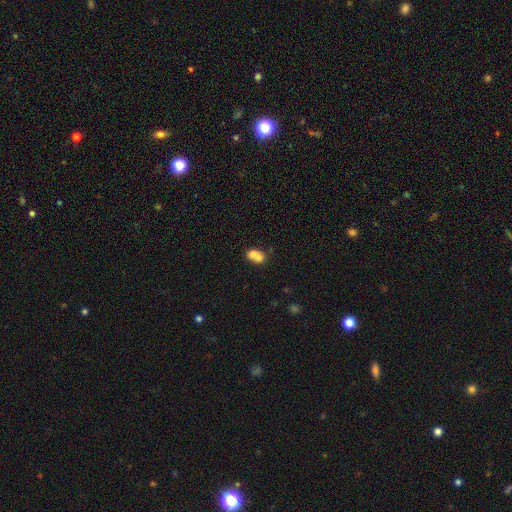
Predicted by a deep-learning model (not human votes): A smooth galaxy with no disk features (69%) that is in between round and cigar-shaped (51%).

Vote fractions:
- Smooth or featured? smooth: 69% / featured or disk: 21% / star or artifact: 10%
- How rounded? in between: 51% / round: 48% / cigar-shaped: 2%
- Merging? merger: 68% / none: 22% / minor disturbance: 7% / major disturbance: 4%